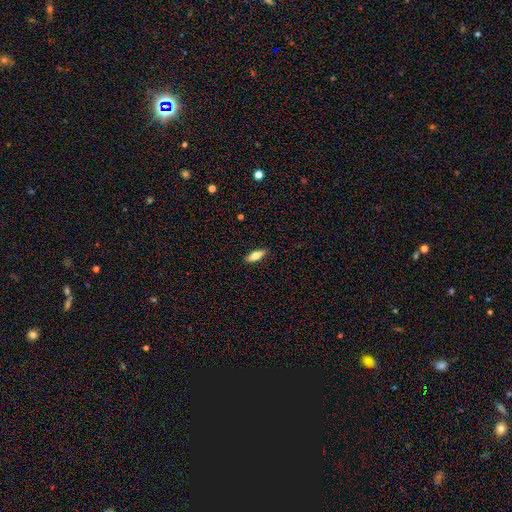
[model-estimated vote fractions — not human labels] Morphology: type=smooth (74%); roundness=in between (63%); merging=none (88%).